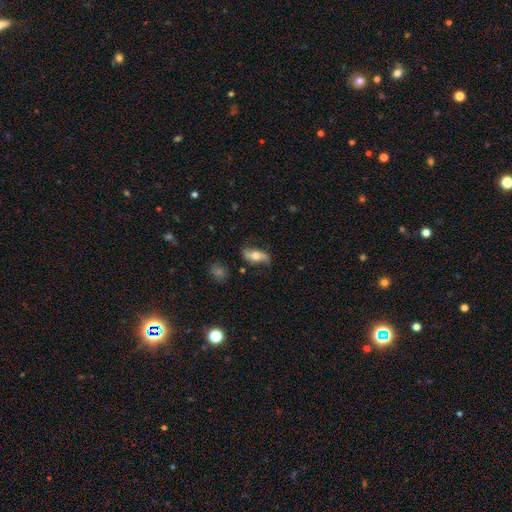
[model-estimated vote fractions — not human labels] Morphology: type=featured or disk (48%); merging=none (75%).